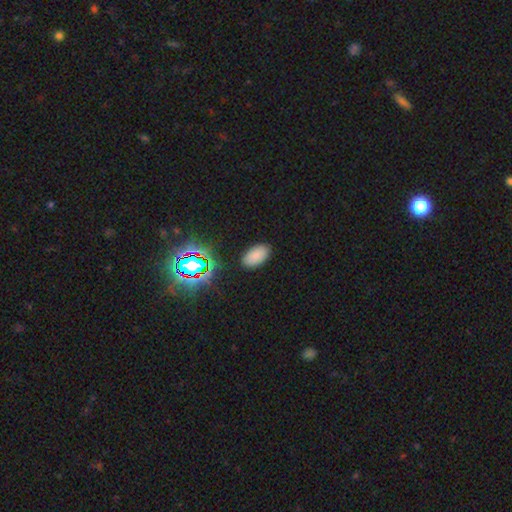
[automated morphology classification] Smooth or featured? Predicted: smooth (p=0.78). How rounded? Predicted: in between (p=0.94). Merging? Predicted: none (p=0.87).